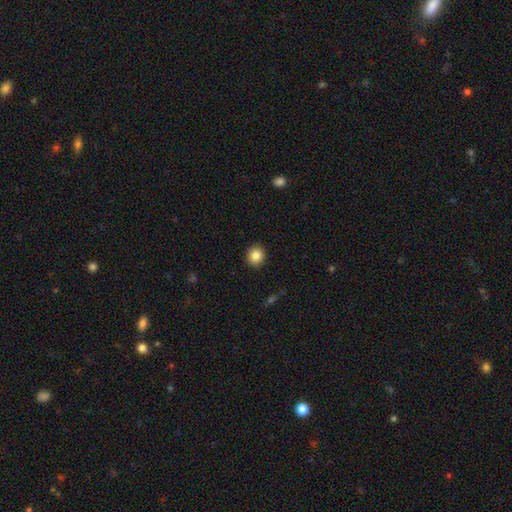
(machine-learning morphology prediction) A smooth galaxy with no disk features (85%) that is round (91%). Merging: none (92%).